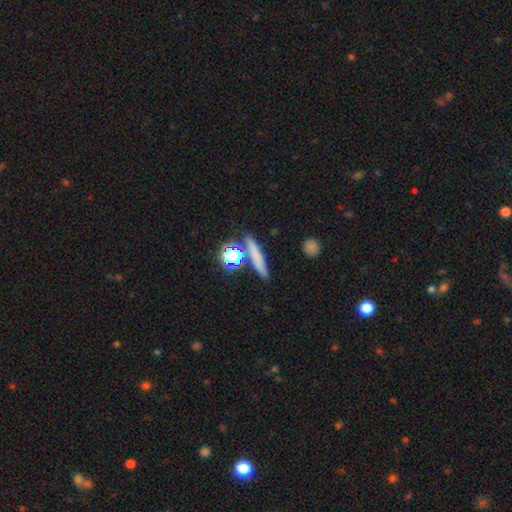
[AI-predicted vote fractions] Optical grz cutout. It shows a smooth galaxy with no disk features (67%) that is cigar-shaped (71%). Merging: none (76%).